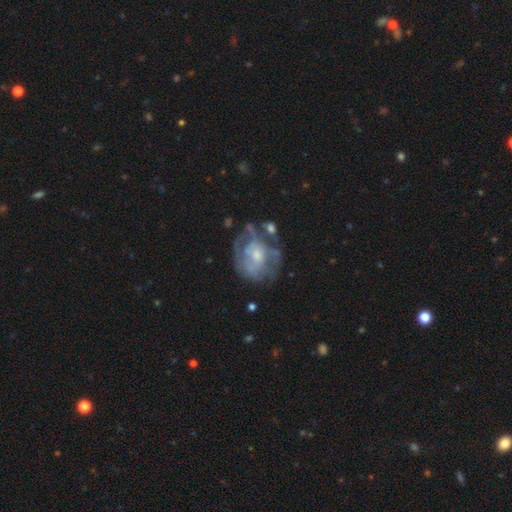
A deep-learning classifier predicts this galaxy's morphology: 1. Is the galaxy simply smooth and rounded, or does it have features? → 70% featured or disk, 22% smooth, 8% star or artifact.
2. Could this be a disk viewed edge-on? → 97% no, 3% yes.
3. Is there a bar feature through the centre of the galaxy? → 76% no, 20% weak, 4% strong.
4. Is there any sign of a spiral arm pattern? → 54% yes, 46% no.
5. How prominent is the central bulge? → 47% moderate, 42% small, 5% large, 5% none, 1% dominant.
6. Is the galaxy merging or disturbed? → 50% none, 22% minor disturbance, 19% major disturbance, 9% merger.